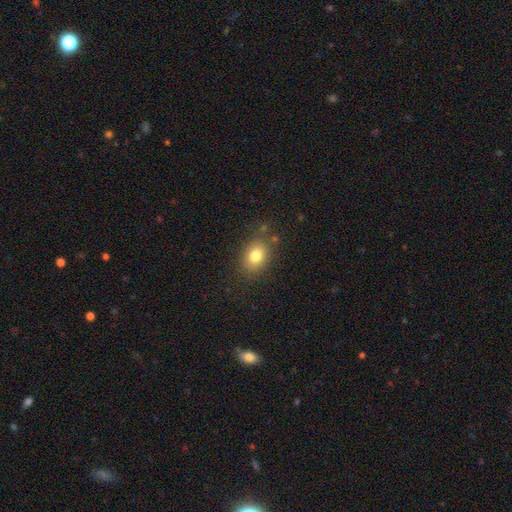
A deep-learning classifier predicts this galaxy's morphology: smooth-or-featured: smooth: 80% | star or artifact: 11% | featured or disk: 9%
  how-rounded: in between: 62% | round: 37% | cigar-shaped: 1%
  merging: none: 81% | minor disturbance: 13% | major disturbance: 4% | merger: 3%